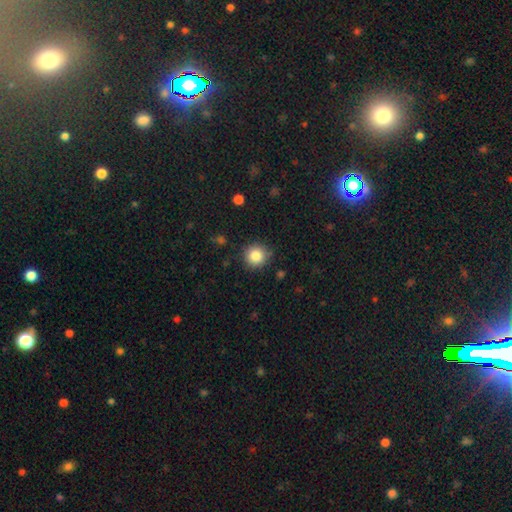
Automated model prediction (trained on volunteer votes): Q: Smooth or featured?
A: smooth (85%); runner-up: star or artifact (10%)
Q: How rounded?
A: round (94%); runner-up: in between (5%)
Q: Merging?
A: none (87%); runner-up: minor disturbance (9%)